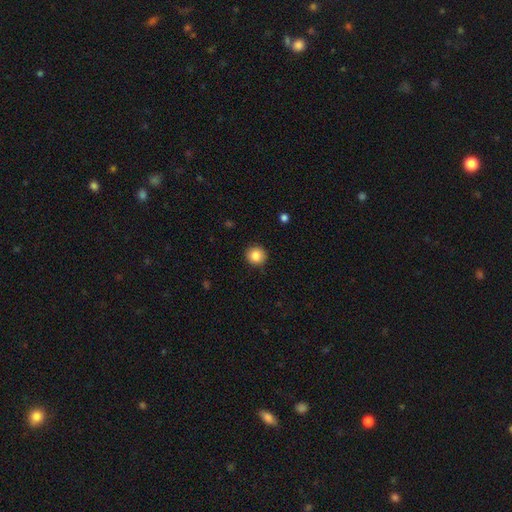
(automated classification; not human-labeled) Q: Smooth or featured?
A: smooth (85%); runner-up: star or artifact (10%)
Q: How rounded?
A: round (92%); runner-up: in between (7%)
Q: Merging?
A: none (90%); runner-up: minor disturbance (7%)